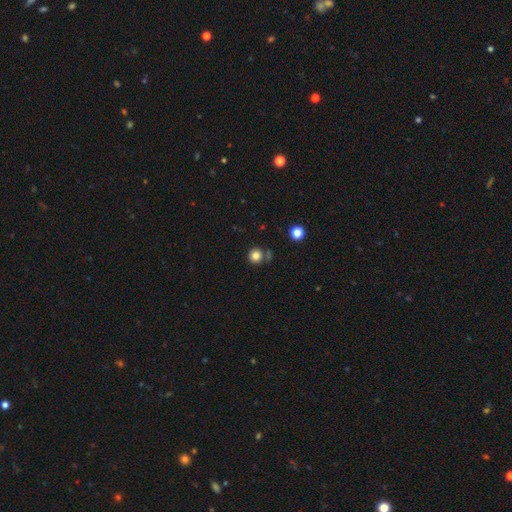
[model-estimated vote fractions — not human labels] This appears to be a smooth galaxy with no disk features (82%) that is round (94%). Merging: none (76%).